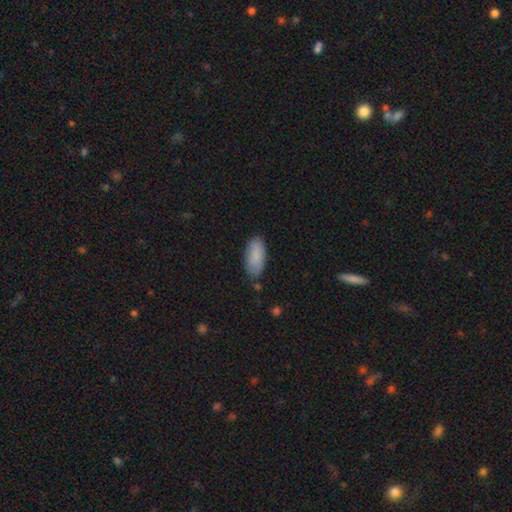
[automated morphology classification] type=smooth (87%); roundness=in between (89%); merging=none (79%).